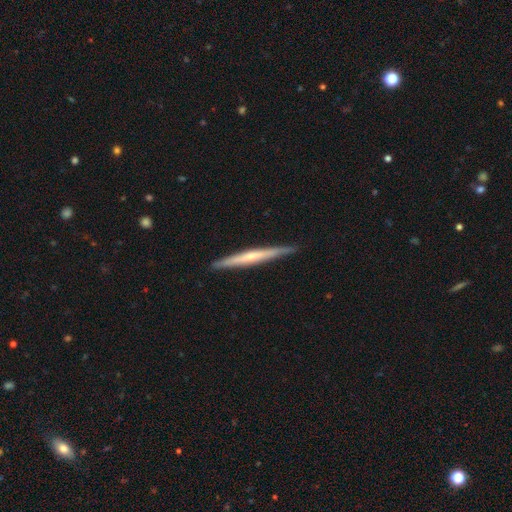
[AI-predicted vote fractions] Overall: featured or disk (63%; smooth 31%). Edge-on disk: yes (97%). Edge-on bulge: rounded (48%; none 46%). Merging: none (90%).